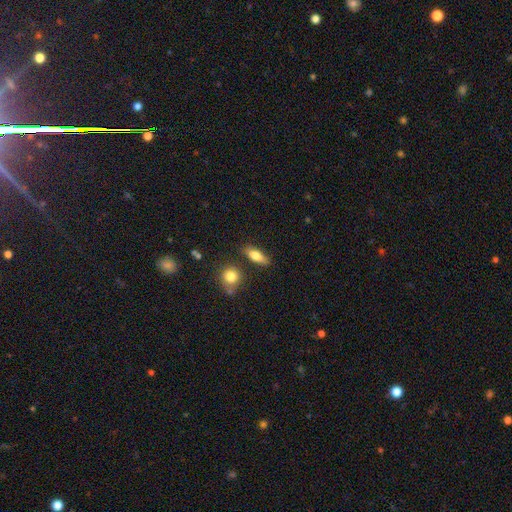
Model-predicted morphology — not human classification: Smooth or featured? smooth (77%)
How rounded? in between (63%)
Merging? none (79%)